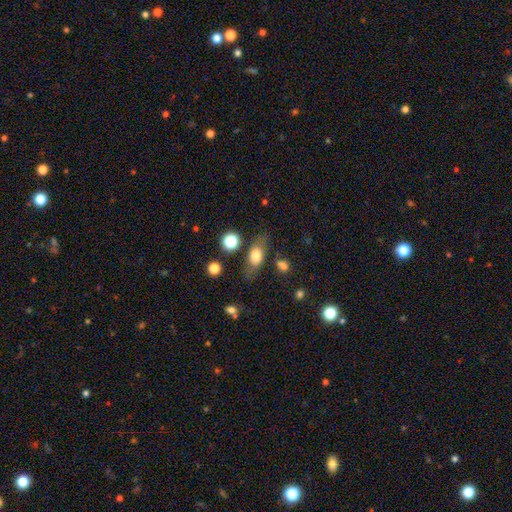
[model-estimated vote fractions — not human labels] The model was most divided on "smooth or featured": smooth: 70%, featured or disk: 21%, star or artifact: 9%. More confident: how rounded — in between (75%); merging — none (70%).